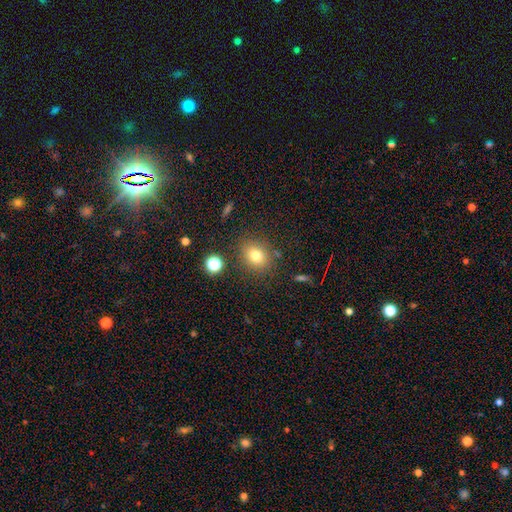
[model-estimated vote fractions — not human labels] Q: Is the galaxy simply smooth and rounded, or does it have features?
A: smooth — 77%.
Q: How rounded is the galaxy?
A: round — 56%.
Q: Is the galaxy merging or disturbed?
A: none — 82%.